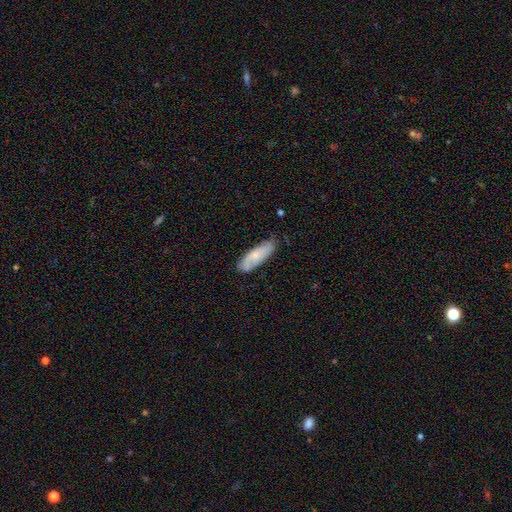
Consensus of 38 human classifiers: smooth-or-featured: smooth: 79% | featured or disk: 13% | star or artifact: 8%
  how-rounded: cigar-shaped: 50% | in between: 47% | round: 3%
  merging: none: 71% | minor disturbance: 17% | major disturbance: 6% | merger: 6%